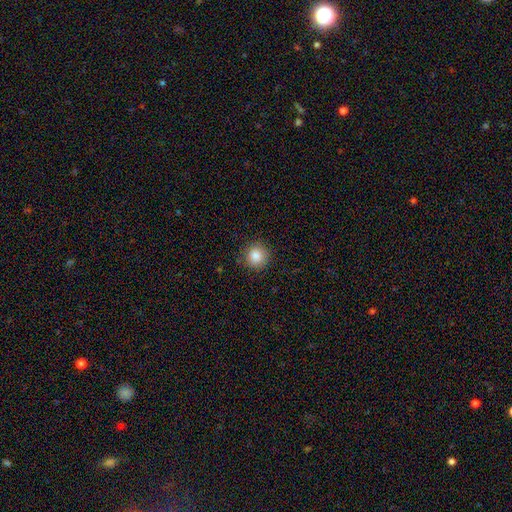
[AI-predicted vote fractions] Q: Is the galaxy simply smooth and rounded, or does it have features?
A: smooth — 86%.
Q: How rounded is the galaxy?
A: round — 93%.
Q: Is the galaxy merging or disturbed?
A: none — 88%.